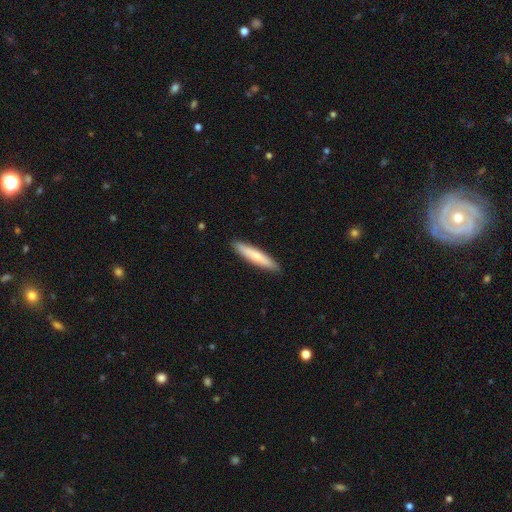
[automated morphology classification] type=smooth (71%); roundness=cigar-shaped (90%); merging=none (91%).